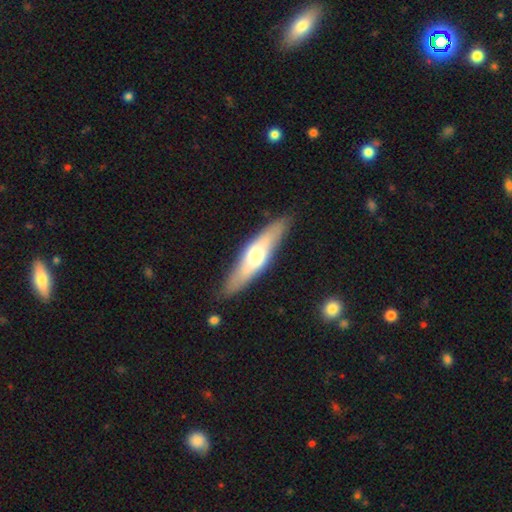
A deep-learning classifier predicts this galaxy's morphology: smooth-or-featured: featured or disk: 50% | smooth: 45% | star or artifact: 5%
  merging: none: 87% | minor disturbance: 10% | major disturbance: 2% | merger: 1%